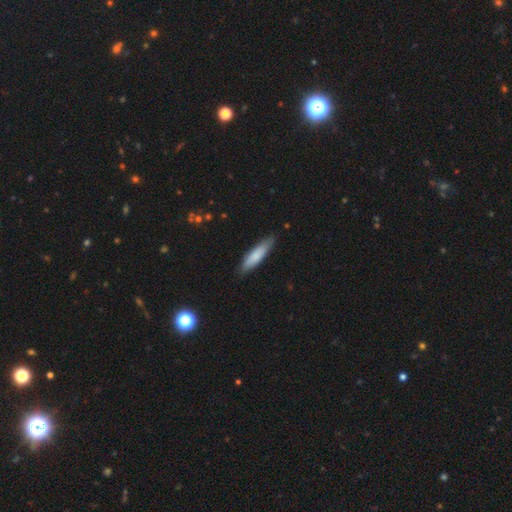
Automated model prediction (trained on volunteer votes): Overall: smooth (79%). How rounded: cigar-shaped (73%). Merging: none (82%).